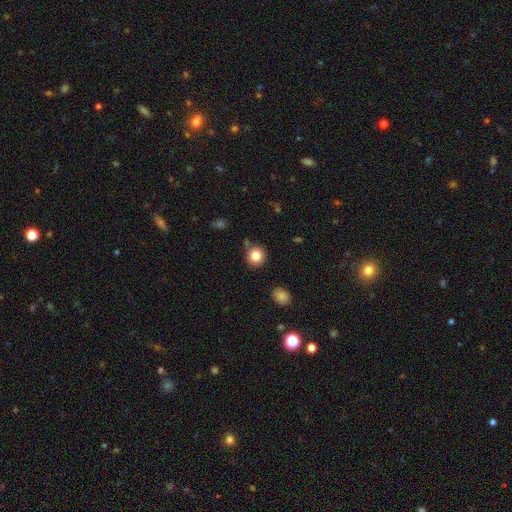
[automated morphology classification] smooth 83%, star or artifact 10%, featured or disk 7%. Down the decision tree: how rounded — round (91%); merging — none (82%).